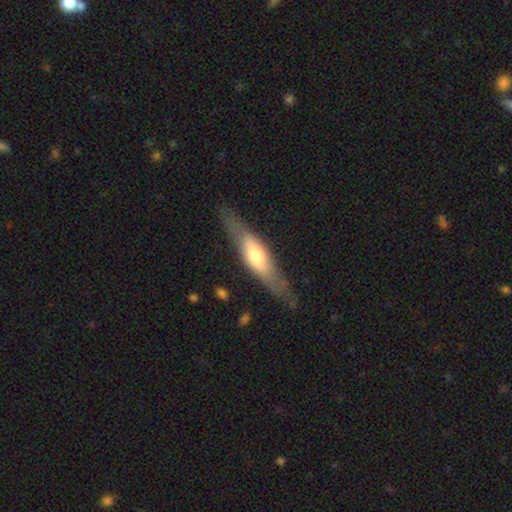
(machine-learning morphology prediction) Smooth or featured? featured or disk (51%)
Edge-on disk? yes (78%)
Merging? none (77%)